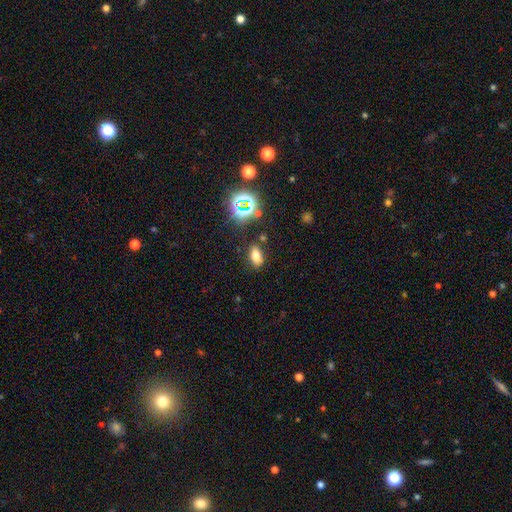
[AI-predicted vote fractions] Morphology: type=smooth (66%); roundness=in between (80%); merging=none (82%).